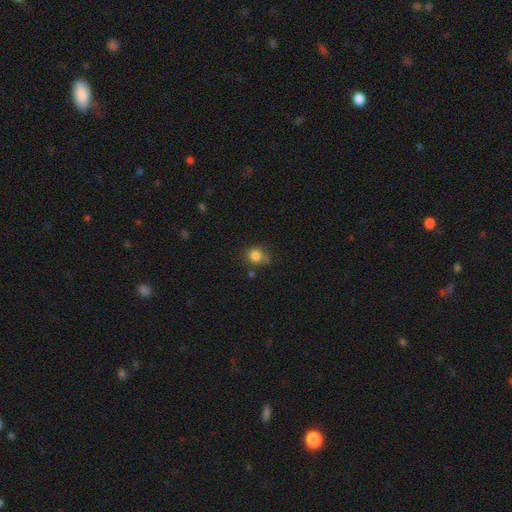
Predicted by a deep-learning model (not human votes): This appears to be a smooth galaxy with no disk features (83%) that is round (82%). Merging: none (64%).